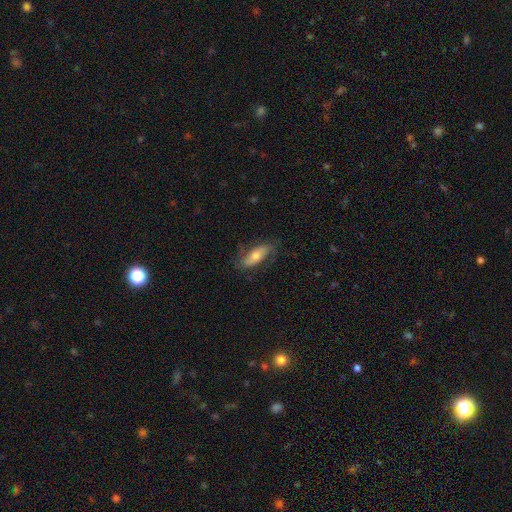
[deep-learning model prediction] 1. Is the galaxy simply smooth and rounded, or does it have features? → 48% smooth, 45% featured or disk, 7% star or artifact.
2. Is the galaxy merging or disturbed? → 72% none, 20% minor disturbance, 7% major disturbance, 1% merger.